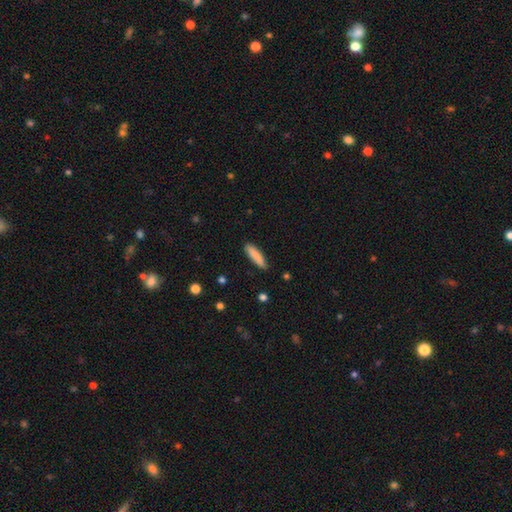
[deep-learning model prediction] Smooth or featured? Predicted: smooth (p=0.87). How rounded? Predicted: cigar-shaped (p=0.74). Merging? Predicted: none (p=0.87).